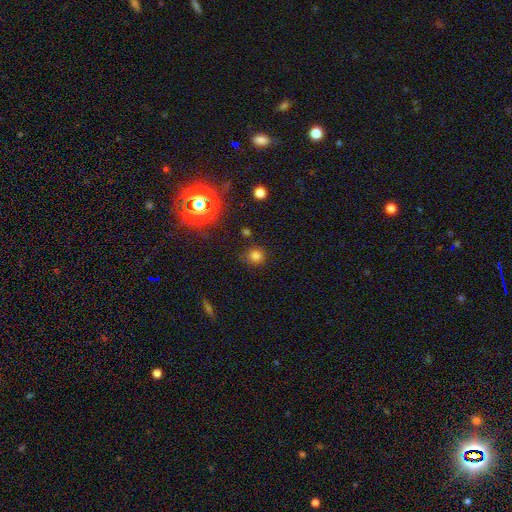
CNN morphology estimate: smooth 75%, star or artifact 20%, featured or disk 5%. Down the decision tree: how rounded — round (90%); merging — none (83%).